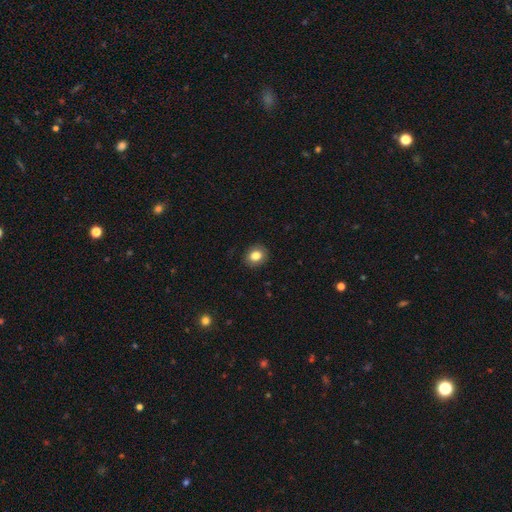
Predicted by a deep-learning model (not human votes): This appears to be a smooth galaxy with no disk features (83%) that is round (65%). Merging: none (89%).